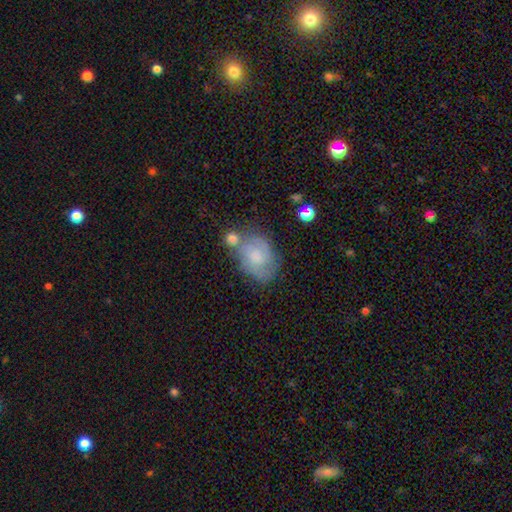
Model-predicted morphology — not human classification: Q: Smooth or featured?
A: featured or disk (52%); runner-up: smooth (40%)
Q: Edge-on disk?
A: no (96%); runner-up: yes (4%)
Q: Bar?
A: no (66%); runner-up: weak (30%)
Q: Spiral arms?
A: yes (79%); runner-up: no (21%)
Q: Bulge size?
A: moderate (42%); runner-up: small (32%)
Q: Merging?
A: none (50%); runner-up: minor disturbance (23%)